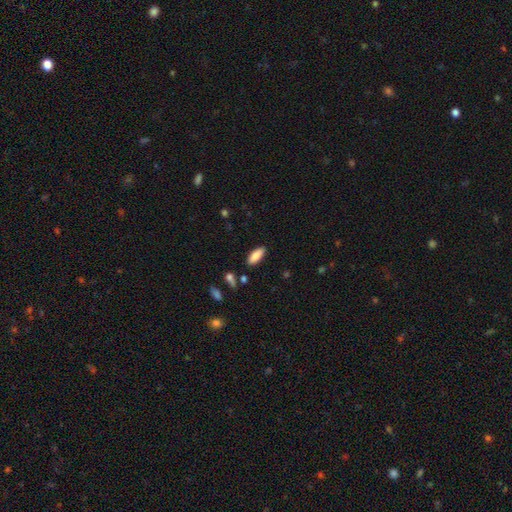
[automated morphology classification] smooth 85%, featured or disk 8%, star or artifact 7%. Down the decision tree: how rounded — in between (73%); merging — none (86%).